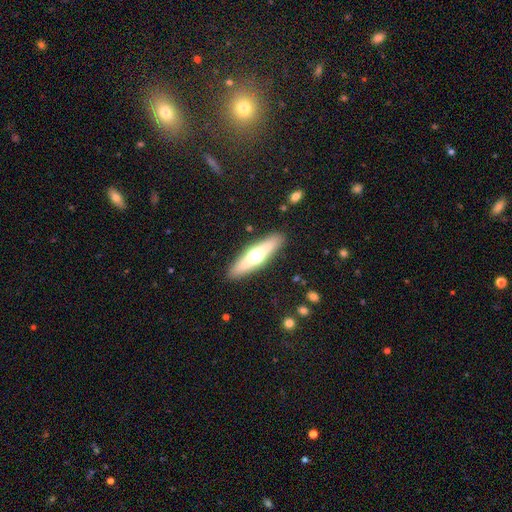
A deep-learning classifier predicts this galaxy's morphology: This appears to be a featured or disk galaxy (51%) viewed edge-on (88%). Merging: none (89%).